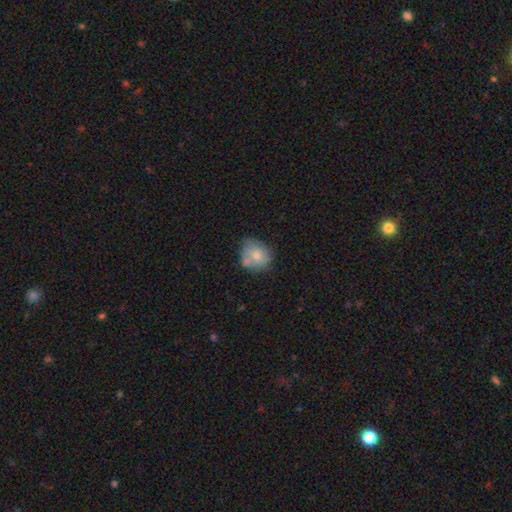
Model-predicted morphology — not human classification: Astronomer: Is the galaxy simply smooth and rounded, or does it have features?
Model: smooth — 68%.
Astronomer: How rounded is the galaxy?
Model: round — 74%.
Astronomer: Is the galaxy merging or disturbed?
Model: none — 48% (runner-up: minor disturbance, 29%).